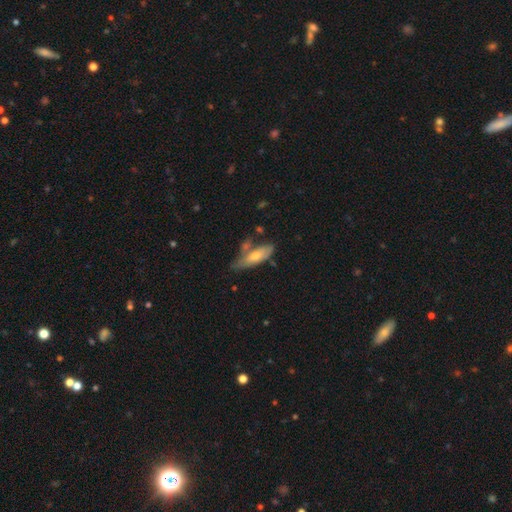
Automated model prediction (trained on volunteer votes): smooth_or_featured: smooth (p=0.61) [alt: featured or disk p=0.34]
how_rounded: in between (p=0.61) [alt: cigar-shaped p=0.37]
merging: none (p=0.45) [alt: minor disturbance p=0.28]